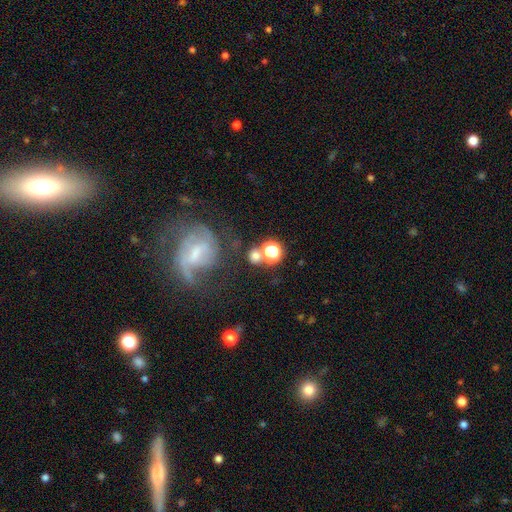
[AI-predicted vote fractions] A smooth galaxy with no disk features (66%) that is round (83%).

Vote fractions:
- Smooth or featured? smooth: 66% / star or artifact: 19% / featured or disk: 14%
- How rounded? round: 83% / in between: 16% / cigar-shaped: 1%
- Merging? none: 61% / merger: 19% / minor disturbance: 12% / major disturbance: 8%